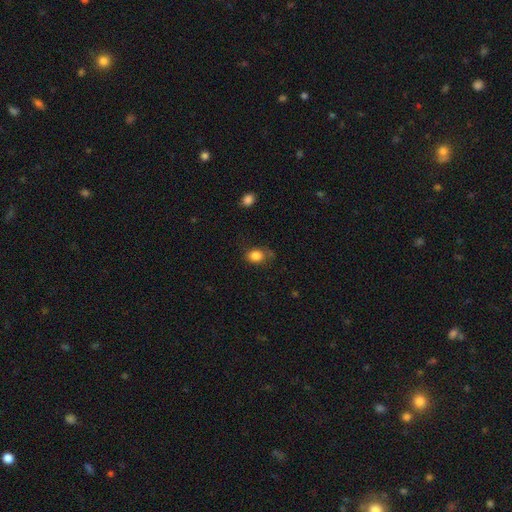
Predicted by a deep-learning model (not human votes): Smooth or featured: smooth — 84% (star or artifact — 10%)
How rounded: in between — 53% (round — 46%)
Merging: none — 64% (minor disturbance — 26%)